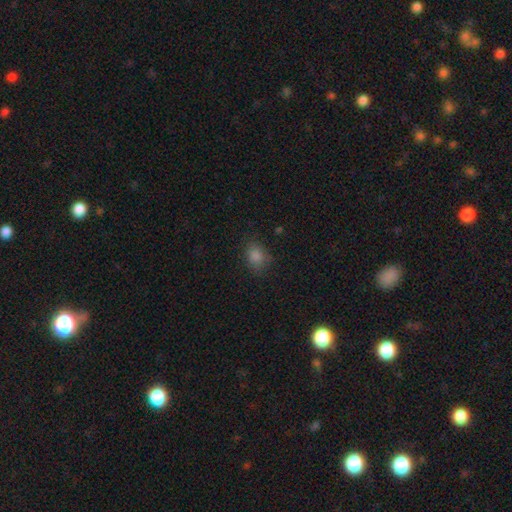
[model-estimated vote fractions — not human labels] Smooth or featured: smooth — 81% (star or artifact — 14%)
How rounded: in between — 57% (round — 42%)
Merging: none — 79% (minor disturbance — 15%)